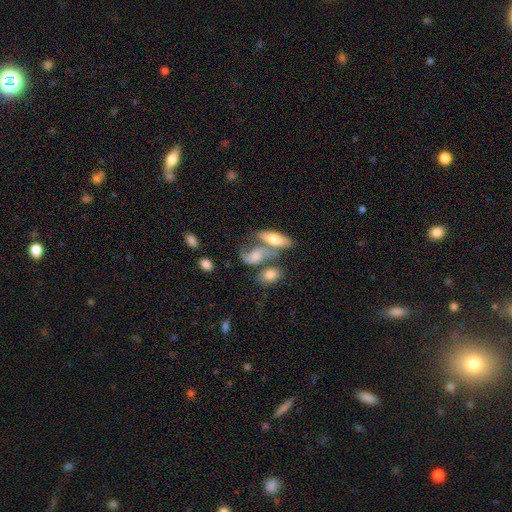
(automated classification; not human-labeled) Q: Smooth or featured?
A: smooth (48%); runner-up: featured or disk (43%)
Q: Merging?
A: merger (43%); runner-up: none (27%)